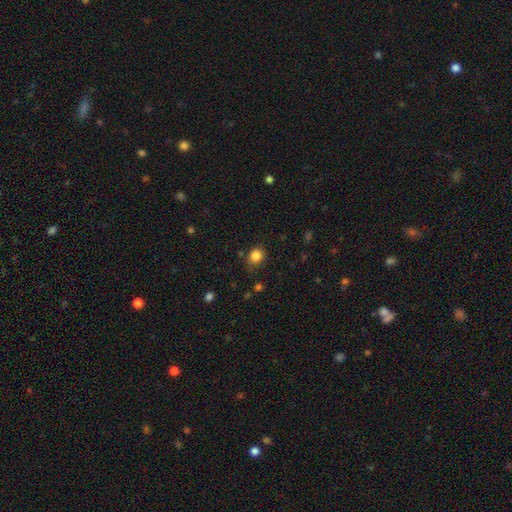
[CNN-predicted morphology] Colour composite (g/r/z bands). It shows a smooth galaxy with no disk features (84%) that is round (73%). Merging: none (79%).